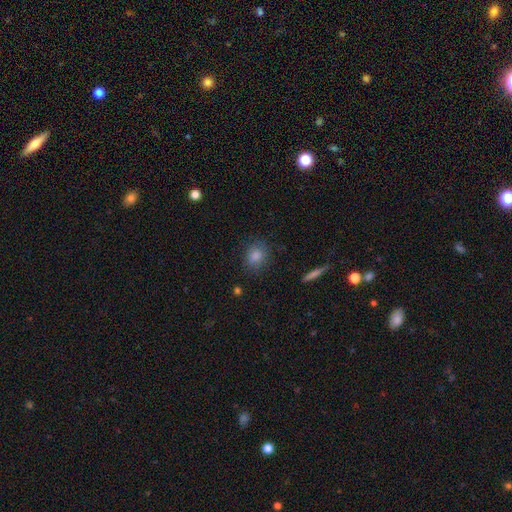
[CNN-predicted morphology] Q: Smooth or featured?
A: smooth (79%); runner-up: star or artifact (12%)
Q: How rounded?
A: round (60%); runner-up: in between (38%)
Q: Merging?
A: none (84%); runner-up: minor disturbance (11%)